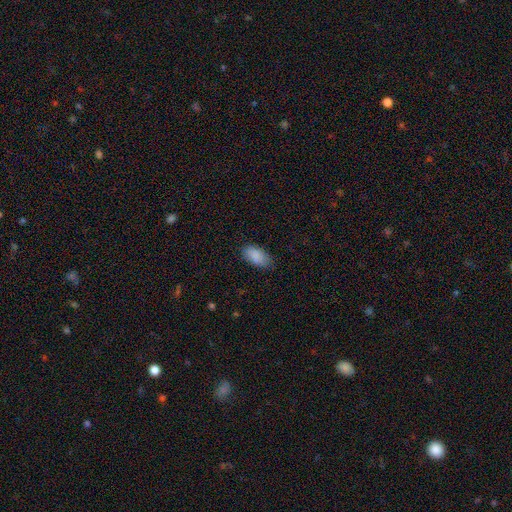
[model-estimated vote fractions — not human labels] smooth-or-featured: smooth: 88% | star or artifact: 7% | featured or disk: 4%
  how-rounded: in between: 94% | round: 3% | cigar-shaped: 3%
  merging: none: 79% | minor disturbance: 17% | major disturbance: 4% | merger: 1%